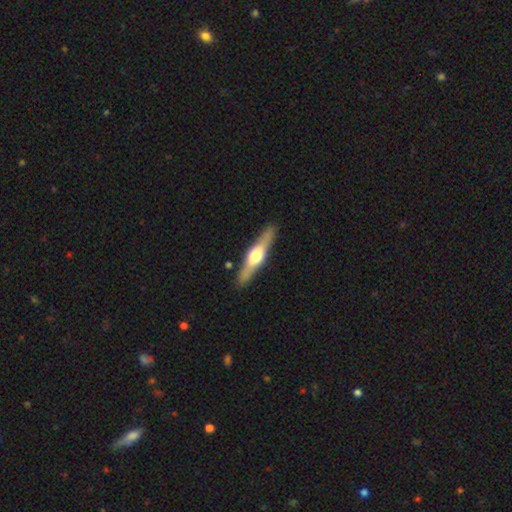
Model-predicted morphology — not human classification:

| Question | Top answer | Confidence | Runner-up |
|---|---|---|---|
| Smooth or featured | featured or disk | 66% | smooth (30%) |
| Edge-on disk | yes | 96% | no (4%) |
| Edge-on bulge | rounded | 93% | boxy (5%) |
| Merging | none | 89% | minor disturbance (8%) |